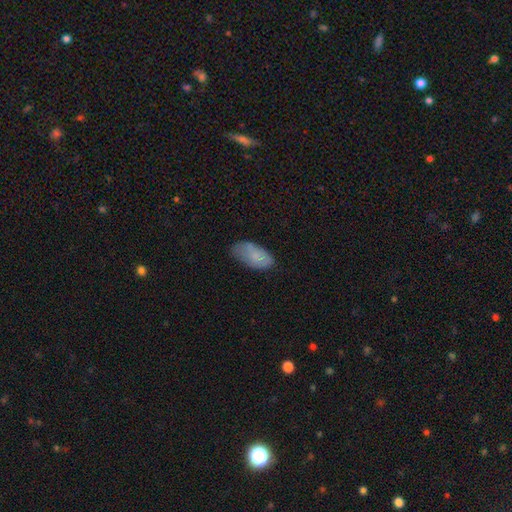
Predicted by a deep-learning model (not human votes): The model was most divided on "merging": none: 57%, minor disturbance: 32%, major disturbance: 9%, merger: 2%. More confident: how rounded — in between (93%); smooth or featured — smooth (80%).